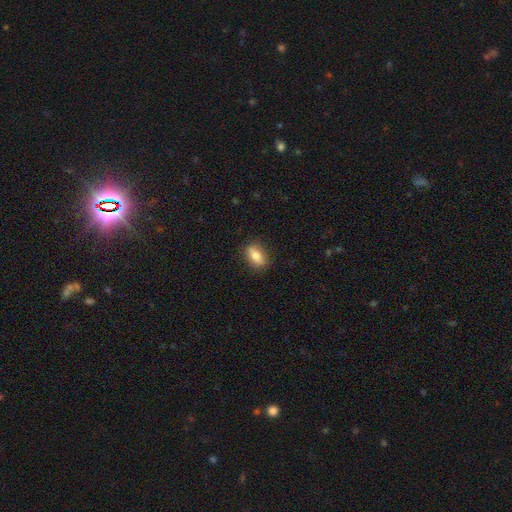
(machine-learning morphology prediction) smooth_or_featured: smooth (p=0.74) [alt: featured or disk p=0.19]
how_rounded: in between (p=0.81) [alt: cigar-shaped p=0.10]
merging: none (p=0.84) [alt: minor disturbance p=0.12]